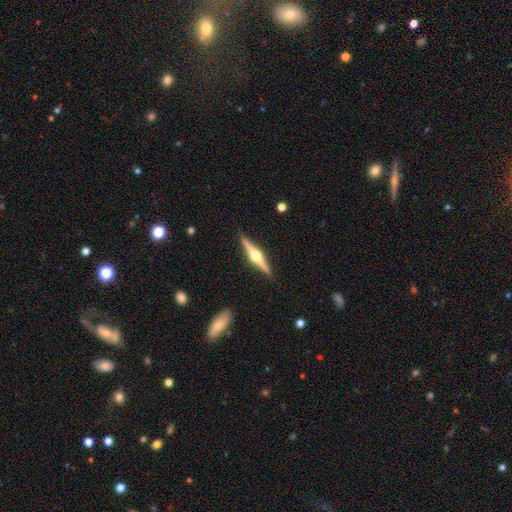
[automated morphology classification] This is clearly a featured or disk galaxy (83%). It is clearly viewed edge-on (98%). Edge-on bulge: clearly rounded (95%). Merging: clearly none (91%).